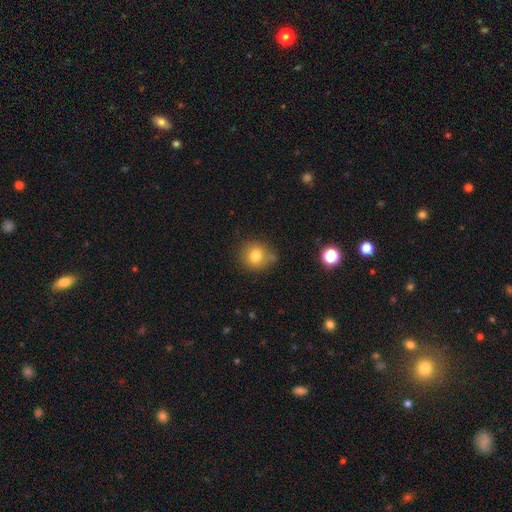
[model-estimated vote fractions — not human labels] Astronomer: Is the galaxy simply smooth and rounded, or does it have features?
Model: smooth — 79%.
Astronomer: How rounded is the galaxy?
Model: round — 87%.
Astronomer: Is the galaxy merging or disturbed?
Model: none — 74%.